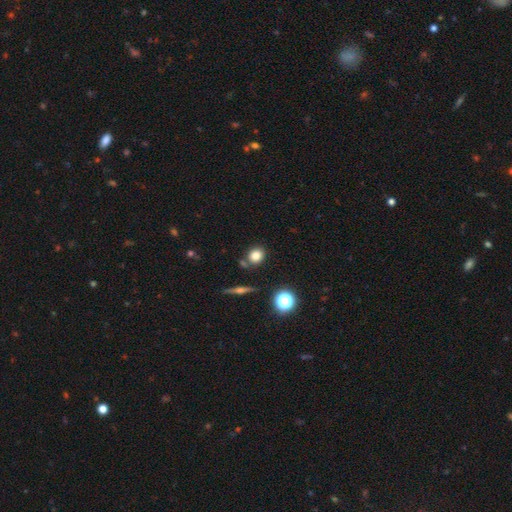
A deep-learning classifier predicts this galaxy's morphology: smooth 78%, star or artifact 13%, featured or disk 9%. Down the decision tree: how rounded — round (66%); merging — none (79%).